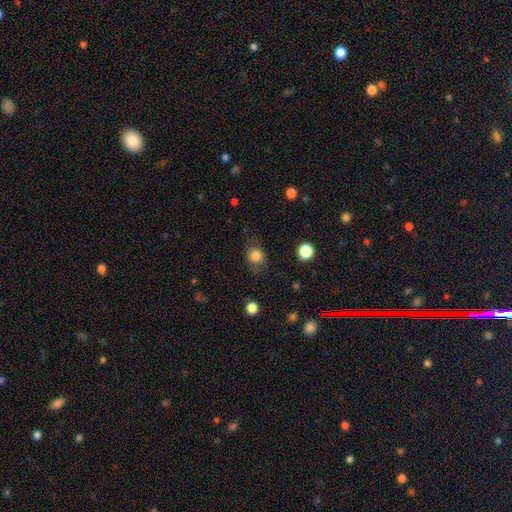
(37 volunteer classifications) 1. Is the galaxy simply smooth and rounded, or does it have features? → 92% smooth, 5% star or artifact, 3% featured or disk.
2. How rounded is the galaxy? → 65% round, 29% in between, 6% cigar-shaped.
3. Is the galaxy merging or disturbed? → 74% none, 14% minor disturbance, 11% major disturbance, 0% merger.